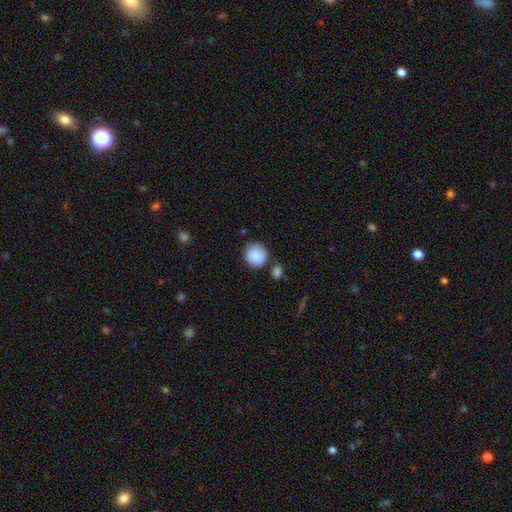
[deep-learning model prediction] Smooth or featured? Predicted: smooth (p=0.86). How rounded? Predicted: round (p=0.90). Merging? Predicted: none (p=0.72).